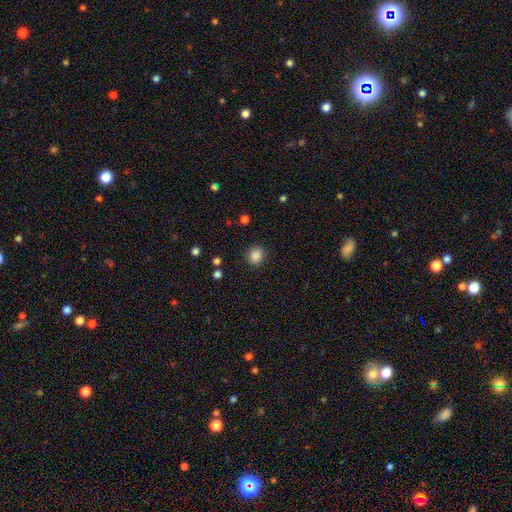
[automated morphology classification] This is clearly a smooth galaxy (86%). How rounded: clearly round (83%). Merging: clearly none (89%).